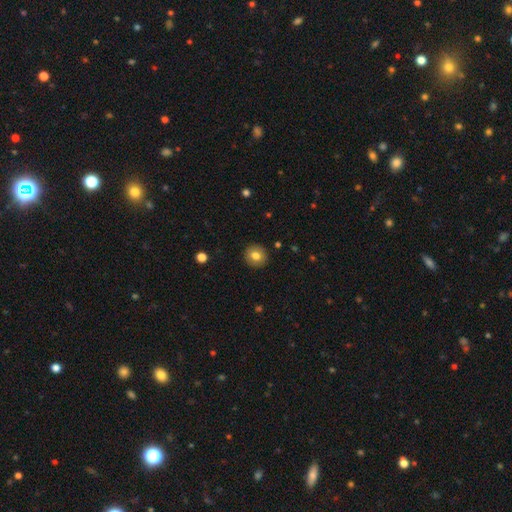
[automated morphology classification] Smooth or featured? Predicted: smooth (p=0.80). How rounded? Predicted: round (p=0.90). Merging? Predicted: none (p=0.91).